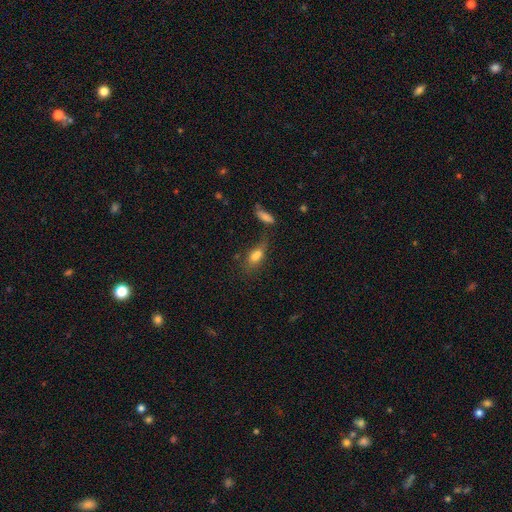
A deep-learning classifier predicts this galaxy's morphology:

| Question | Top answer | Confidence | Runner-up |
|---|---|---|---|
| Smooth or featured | smooth | 71% | featured or disk (16%) |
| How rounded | in between | 76% | cigar-shaped (13%) |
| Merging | merger | 39% | none (32%) |